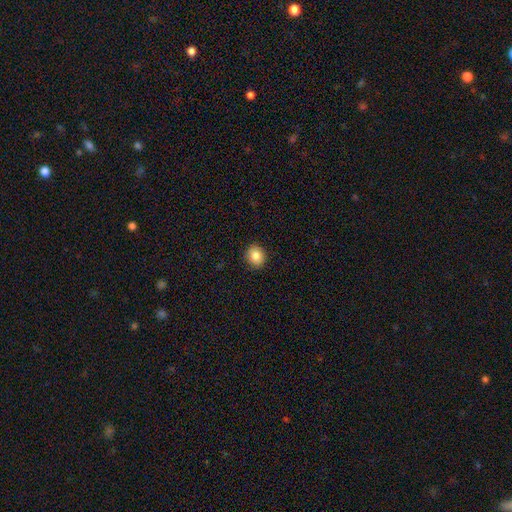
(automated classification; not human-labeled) smooth 85%, star or artifact 9%, featured or disk 6%. Down the decision tree: how rounded — round (80%); merging — none (91%).